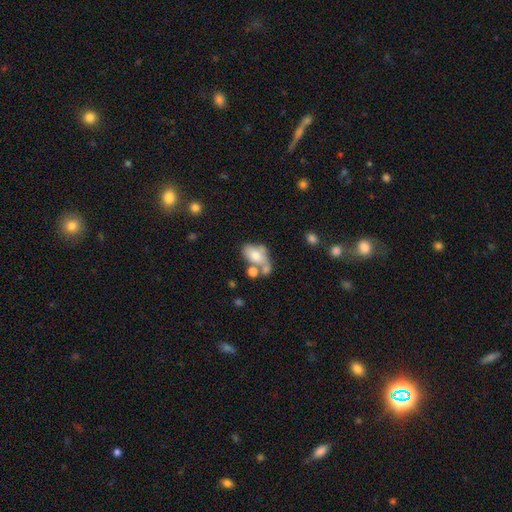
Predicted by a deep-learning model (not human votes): Smooth or featured?
  - smooth: 65% *
  - featured or disk: 27%
  - star or artifact: 8%
How rounded?
  - in between: 88% *
  - round: 10%
  - cigar-shaped: 2%
Merging?
  - merger: 43% *
  - none: 25%
  - minor disturbance: 17%
  - major disturbance: 14%